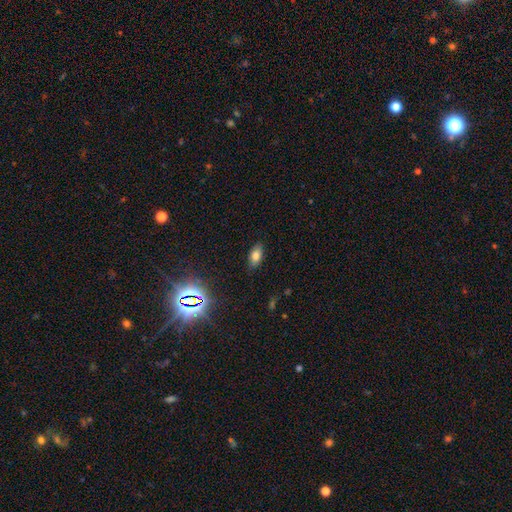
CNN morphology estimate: Smooth or featured: smooth — 76% (star or artifact — 13%)
How rounded: in between — 89% (cigar-shaped — 6%)
Merging: none — 85% (minor disturbance — 12%)